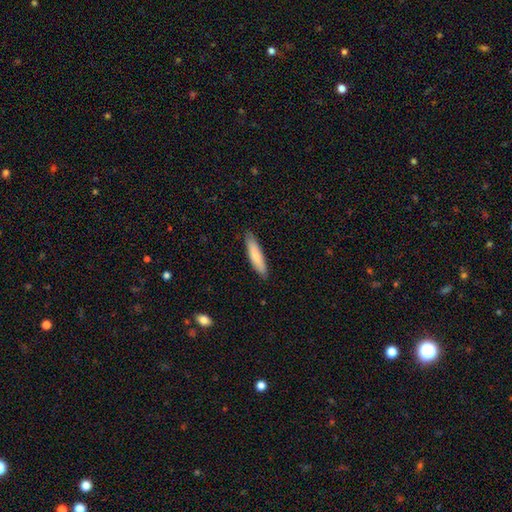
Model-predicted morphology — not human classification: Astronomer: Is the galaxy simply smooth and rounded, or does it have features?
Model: smooth — 79%.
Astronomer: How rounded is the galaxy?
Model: cigar-shaped — 80%.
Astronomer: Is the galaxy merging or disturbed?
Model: none — 88%.